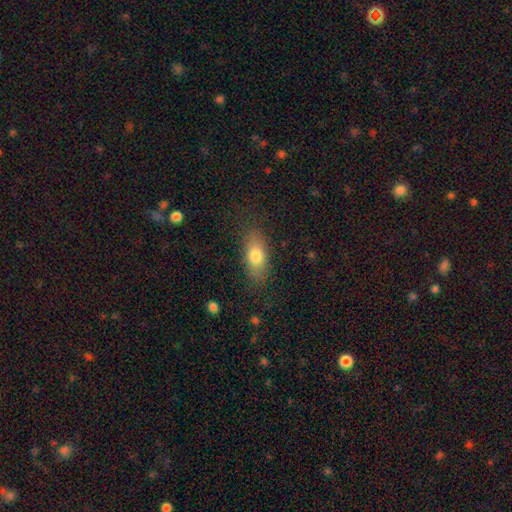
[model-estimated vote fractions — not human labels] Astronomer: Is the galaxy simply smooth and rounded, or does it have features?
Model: smooth — 77%.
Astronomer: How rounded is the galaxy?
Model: in between — 82%.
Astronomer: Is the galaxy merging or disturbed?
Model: none — 81%.